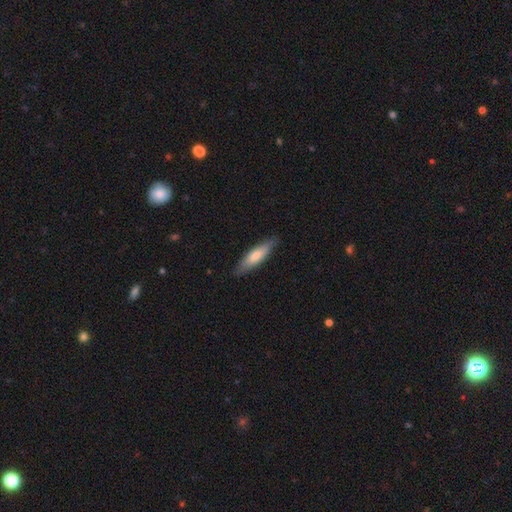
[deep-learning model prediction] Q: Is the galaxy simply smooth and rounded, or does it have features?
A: smooth — 73%.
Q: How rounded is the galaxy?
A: cigar-shaped — 71%.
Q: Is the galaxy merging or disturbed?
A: none — 84%.